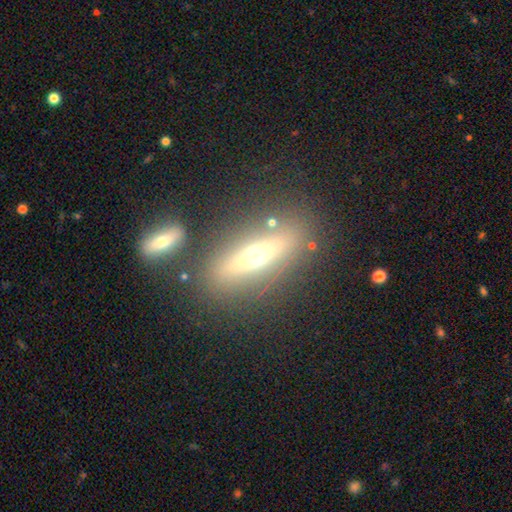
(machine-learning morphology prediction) Q: Smooth or featured?
A: featured or disk (49%); runner-up: smooth (40%)
Q: Merging?
A: none (79%); runner-up: minor disturbance (10%)